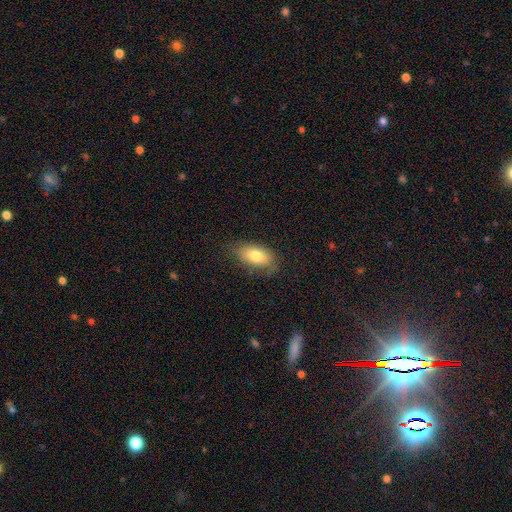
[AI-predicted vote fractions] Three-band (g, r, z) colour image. It shows a smooth galaxy with no disk features (77%) that is in between round and cigar-shaped (91%). Merging: none (70%).